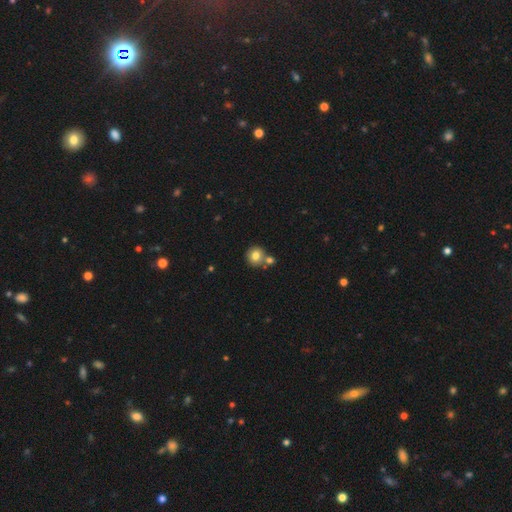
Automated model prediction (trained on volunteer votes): This is likely a smooth galaxy (78%). How rounded: clearly round (90%). Merging: likely none (65%).